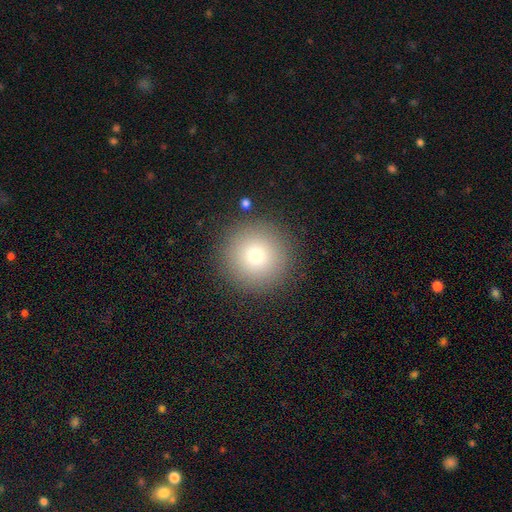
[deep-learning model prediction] This appears to be a smooth galaxy with no disk features (76%) that is round (97%). Merging: none (90%).